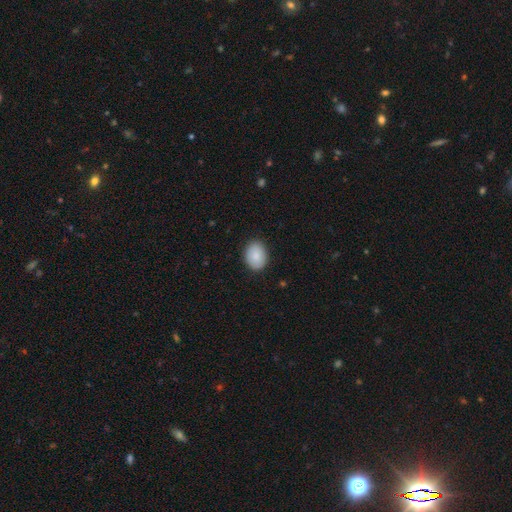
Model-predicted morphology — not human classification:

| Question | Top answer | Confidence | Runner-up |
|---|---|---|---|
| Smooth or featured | smooth | 88% | star or artifact (6%) |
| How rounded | in between | 71% | round (28%) |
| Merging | none | 88% | minor disturbance (9%) |